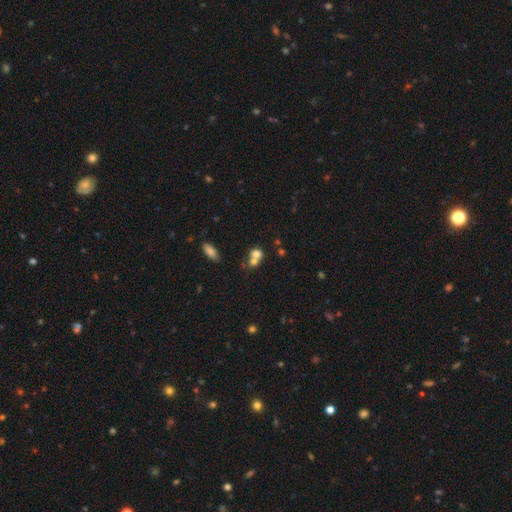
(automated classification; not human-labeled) Smooth or featured? Predicted: smooth (p=0.69). How rounded? Predicted: round (p=0.58). Merging? Predicted: merger (p=0.61).